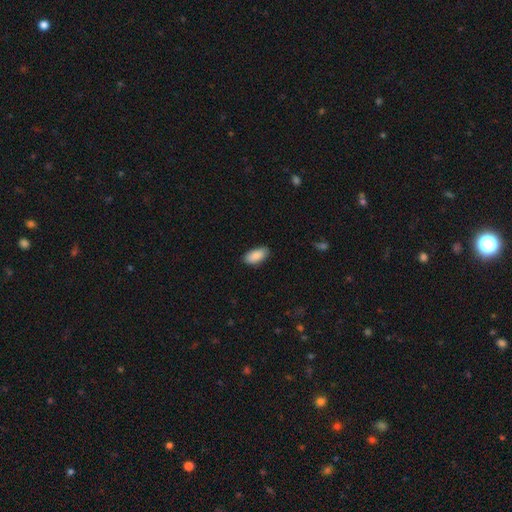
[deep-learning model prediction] This appears to be a smooth galaxy with no disk features (89%) that is in between round and cigar-shaped (93%). Merging: none (86%).